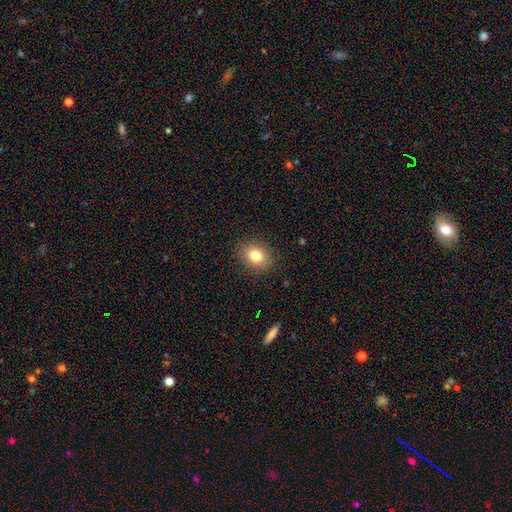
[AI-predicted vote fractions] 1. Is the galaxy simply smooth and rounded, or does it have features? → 80% smooth, 11% star or artifact, 9% featured or disk.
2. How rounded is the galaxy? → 56% round, 43% in between, 1% cigar-shaped.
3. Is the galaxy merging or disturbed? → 88% none, 8% minor disturbance, 3% major disturbance, 1% merger.